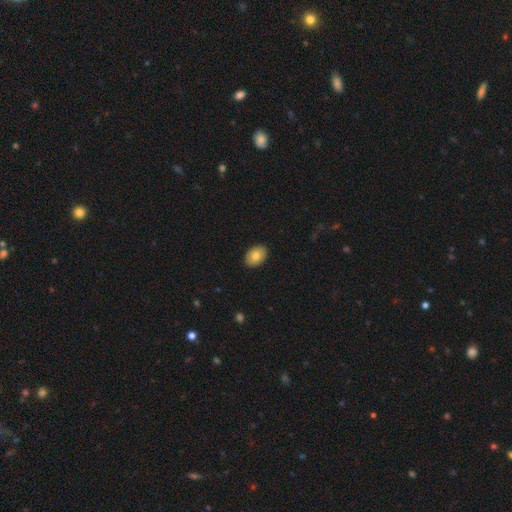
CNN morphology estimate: Overall: smooth (78%). How rounded: in between (85%). Merging: none (90%).